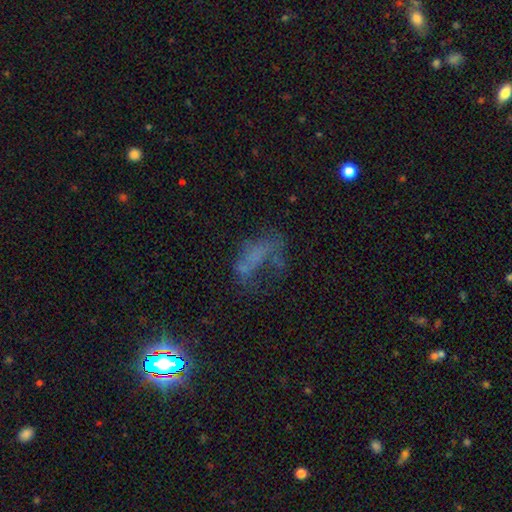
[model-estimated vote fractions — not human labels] The model was most divided on "smooth or featured": smooth: 34%, featured or disk: 33%, star or artifact: 33%. Remaining: merging — major disturbance (40%).